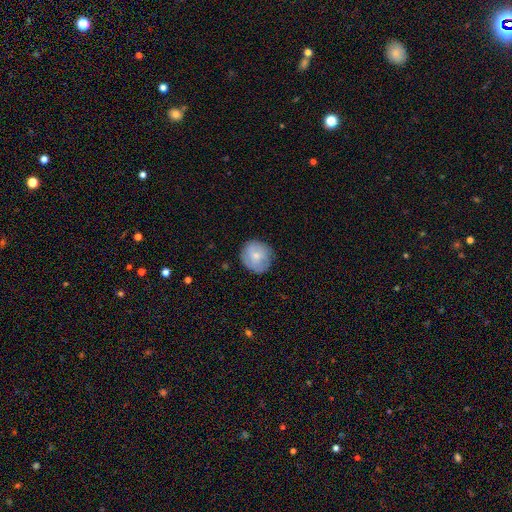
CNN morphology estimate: A smooth galaxy with no disk features (70%) that is round (88%). Merging: none (80%).